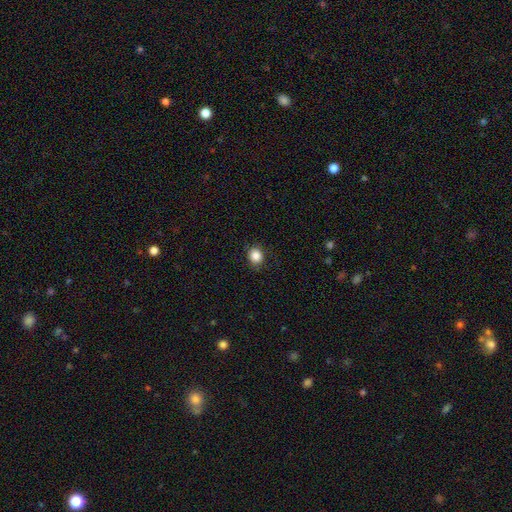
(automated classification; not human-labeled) smooth_or_featured: smooth (p=0.86) [alt: star or artifact p=0.10]
how_rounded: round (p=0.68) [alt: in between p=0.31]
merging: none (p=0.85) [alt: minor disturbance p=0.11]